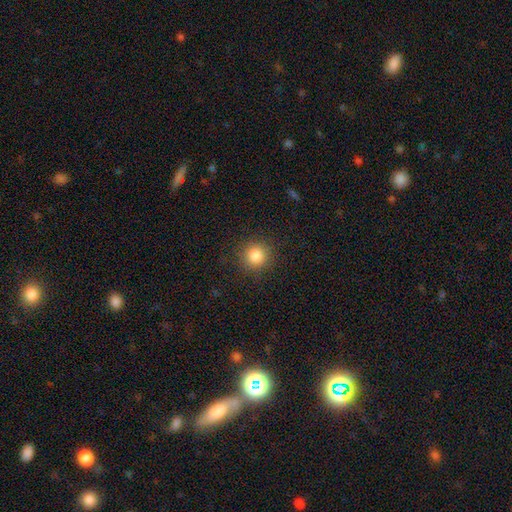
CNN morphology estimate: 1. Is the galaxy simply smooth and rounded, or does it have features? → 85% smooth, 11% star or artifact, 4% featured or disk.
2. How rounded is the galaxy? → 93% round, 6% in between, 1% cigar-shaped.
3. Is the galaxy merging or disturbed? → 90% none, 7% minor disturbance, 3% major disturbance, 1% merger.